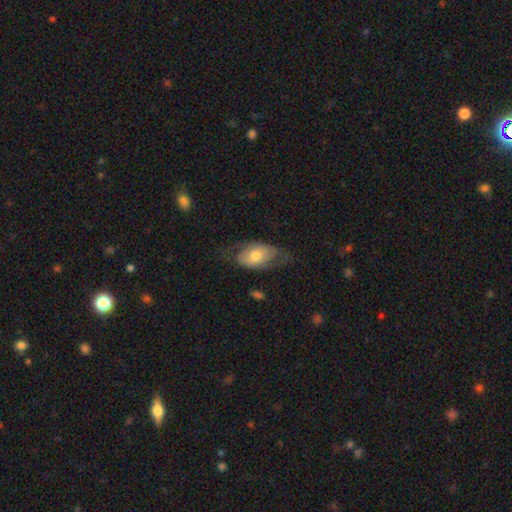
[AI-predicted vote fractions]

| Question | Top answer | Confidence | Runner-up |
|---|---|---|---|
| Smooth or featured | smooth | 53% | featured or disk (41%) |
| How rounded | in between | 89% | round (9%) |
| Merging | none | 51% | minor disturbance (26%) |